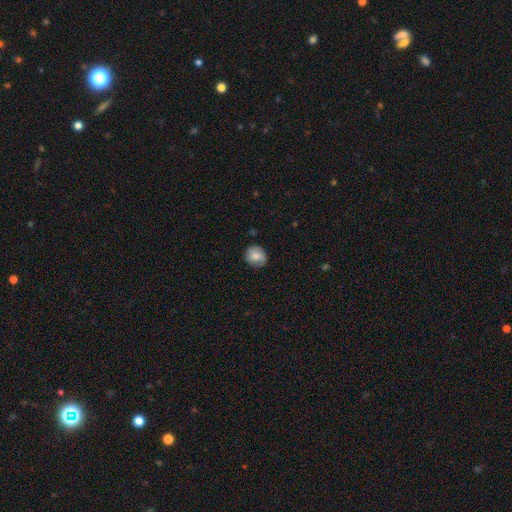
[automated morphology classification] smooth 76%, featured or disk 16%, star or artifact 8%. Down the decision tree: how rounded — round (78%); merging — none (78%).